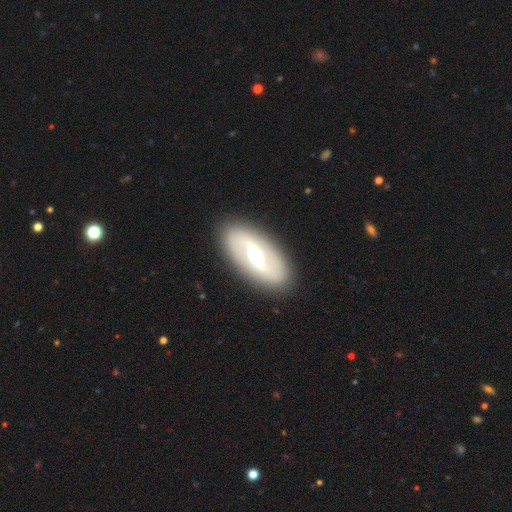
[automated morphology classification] This appears to be a featured or disk galaxy (76%) with a strong bar (51%), spiral arms (68%) and a moderate central bulge (69%). Merging: none (89%).